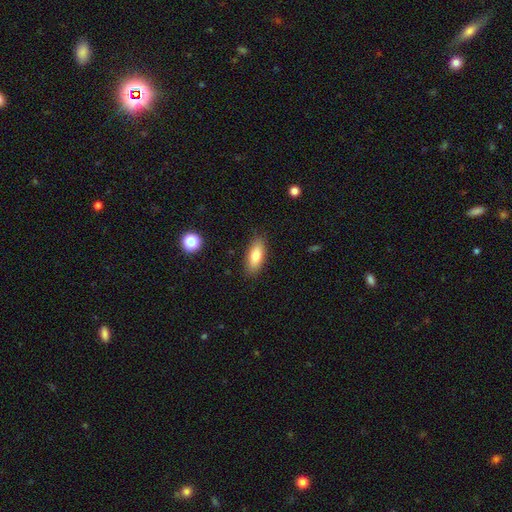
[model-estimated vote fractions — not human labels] A smooth galaxy with no disk features (80%) that is in between round and cigar-shaped (78%).

Vote fractions:
- Smooth or featured? smooth: 80% / featured or disk: 13% / star or artifact: 7%
- How rounded? in between: 78% / cigar-shaped: 19% / round: 3%
- Merging? none: 87% / minor disturbance: 9% / major disturbance: 2% / merger: 1%